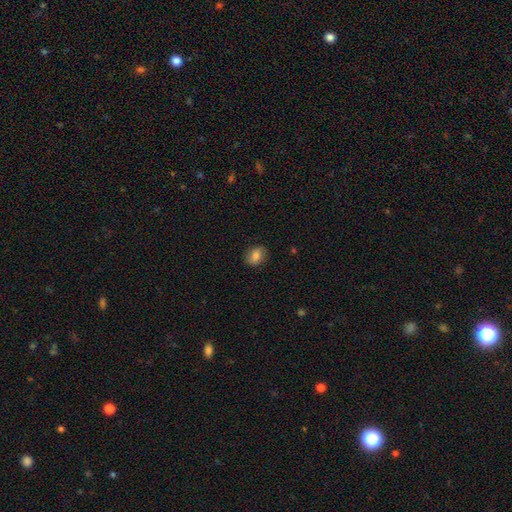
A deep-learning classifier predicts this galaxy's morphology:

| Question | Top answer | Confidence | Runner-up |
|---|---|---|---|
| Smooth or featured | smooth | 75% | featured or disk (16%) |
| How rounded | in between | 60% | round (39%) |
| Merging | none | 83% | minor disturbance (13%) |